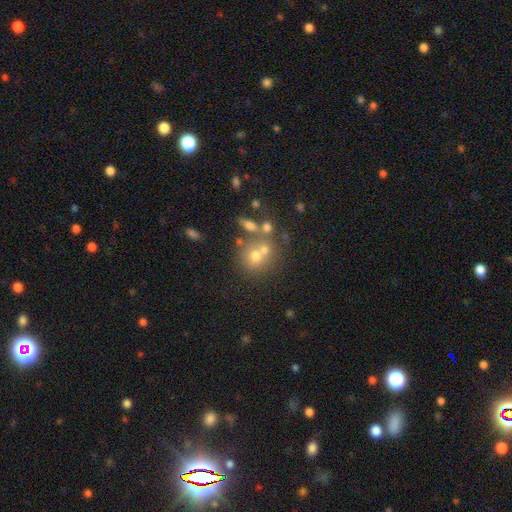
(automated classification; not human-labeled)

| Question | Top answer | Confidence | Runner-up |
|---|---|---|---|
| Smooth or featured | smooth | 58% | featured or disk (24%) |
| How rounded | round | 80% | in between (19%) |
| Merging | none | 44% | merger (40%) |